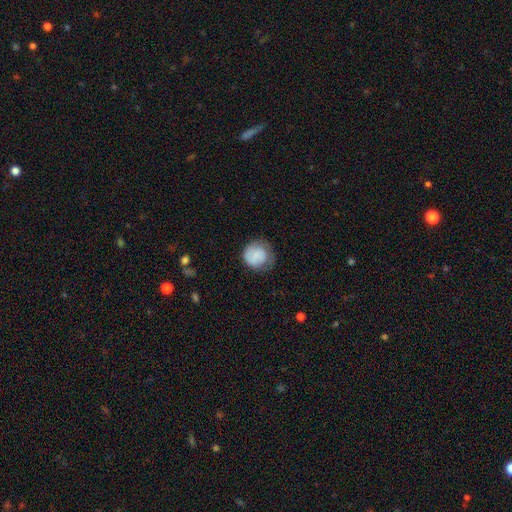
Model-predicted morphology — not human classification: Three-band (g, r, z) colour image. It shows a smooth galaxy with no disk features (80%) that is round (86%). Merging: none (59%).